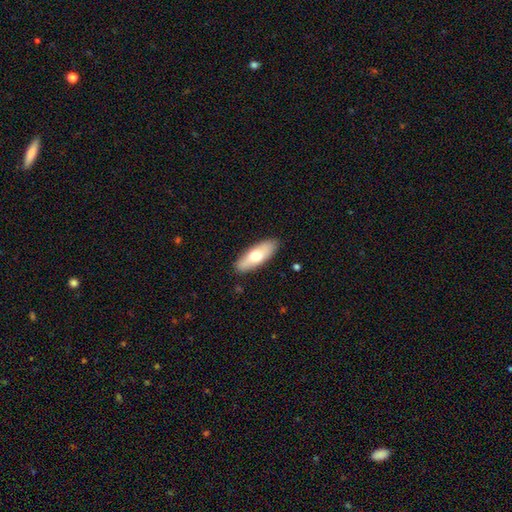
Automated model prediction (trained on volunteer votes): This is likely a smooth galaxy (65%). How rounded: likely in between (69%). Merging: clearly none (87%).